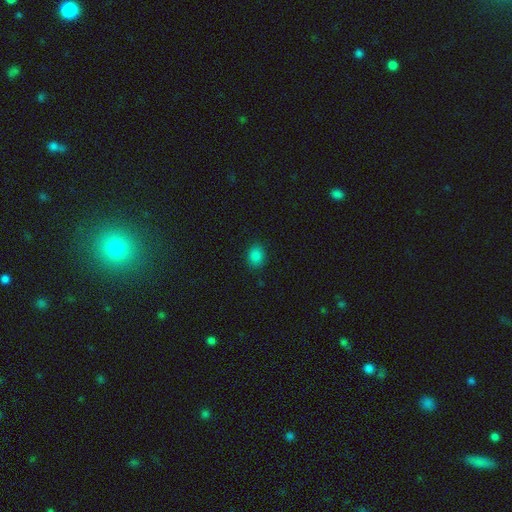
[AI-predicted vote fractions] Smooth or featured?
  - smooth: 83% *
  - star or artifact: 13%
  - featured or disk: 4%
How rounded?
  - in between: 56% *
  - round: 43%
  - cigar-shaped: 1%
Merging?
  - none: 87% *
  - minor disturbance: 10%
  - major disturbance: 2%
  - merger: 1%